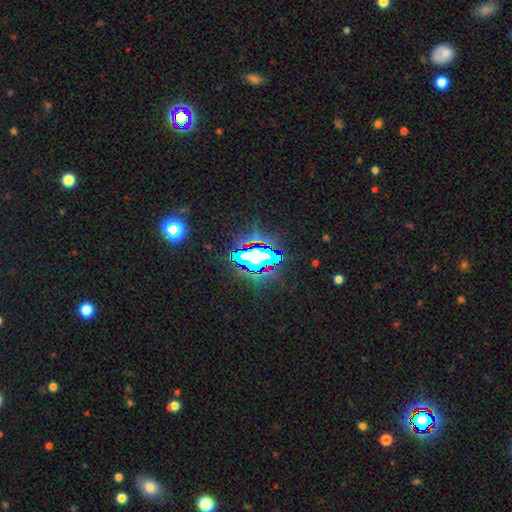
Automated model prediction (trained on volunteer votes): smooth-or-featured: star or artifact: 65% | smooth: 19% | featured or disk: 15%